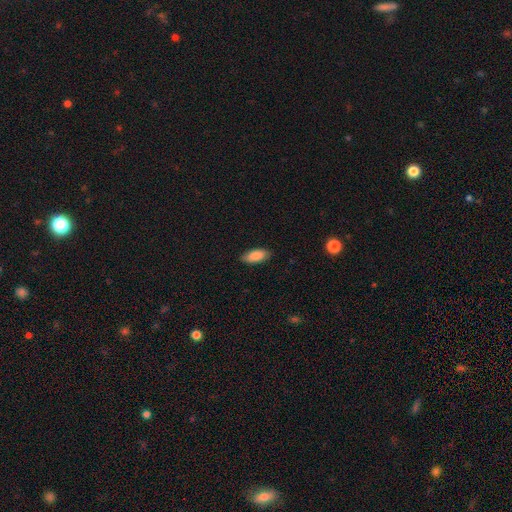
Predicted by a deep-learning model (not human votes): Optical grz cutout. It shows a smooth galaxy with no disk features (88%) that is in between round and cigar-shaped (88%). Merging: none (85%).